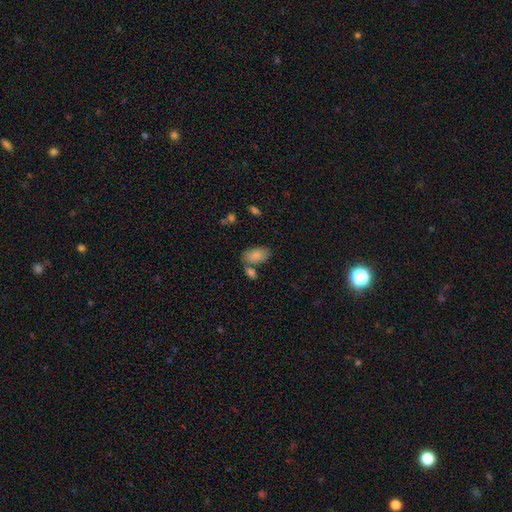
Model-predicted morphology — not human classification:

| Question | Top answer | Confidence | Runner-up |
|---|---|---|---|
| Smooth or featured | smooth | 84% | featured or disk (9%) |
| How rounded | in between | 94% | round (4%) |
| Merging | none | 59% | merger (20%) |